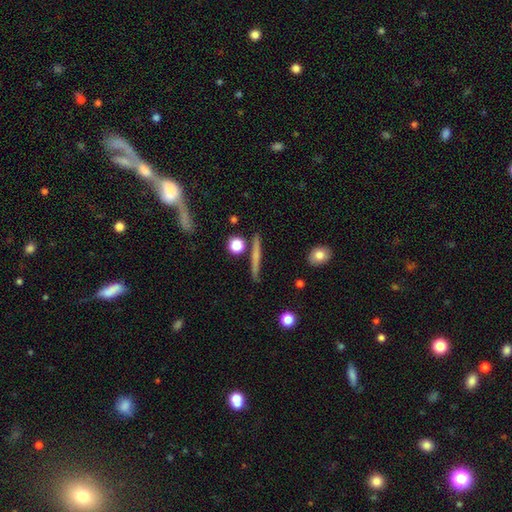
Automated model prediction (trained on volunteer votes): A smooth galaxy with no disk features (46%). Merging: none (83%).